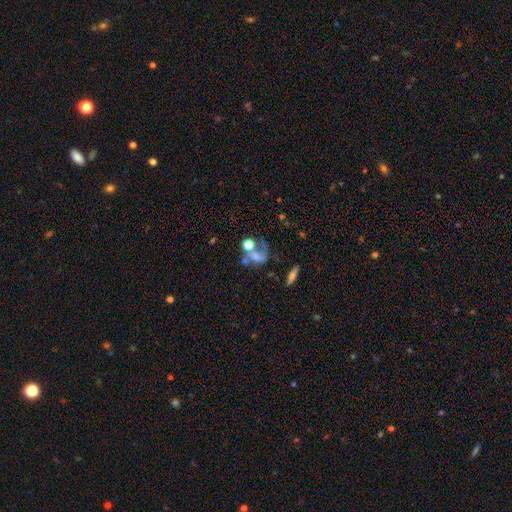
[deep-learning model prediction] Smooth or featured? smooth (47%)
Merging? merger (31%)